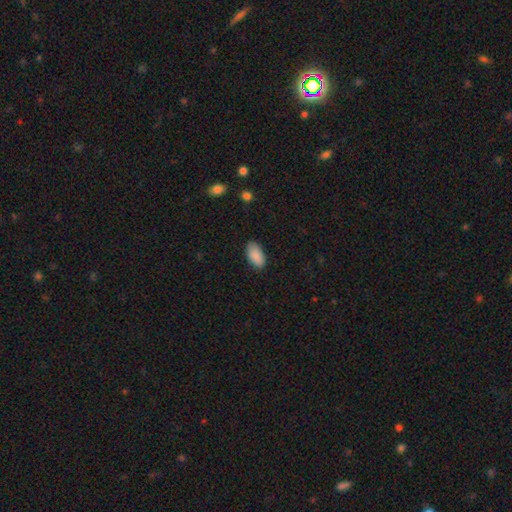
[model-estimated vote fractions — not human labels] Morphology: type=smooth (89%); roundness=in between (94%); merging=none (83%).